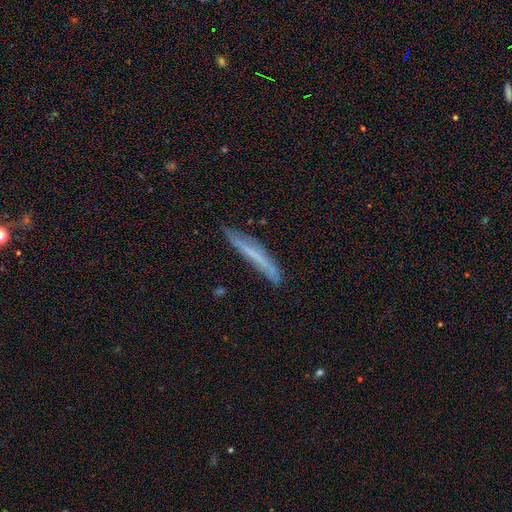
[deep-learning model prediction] smooth-or-featured: smooth: 50% | featured or disk: 42% | star or artifact: 8%
  how-rounded: cigar-shaped: 94% | in between: 5% | round: 1%
  merging: none: 71% | minor disturbance: 22% | major disturbance: 5% | merger: 2%